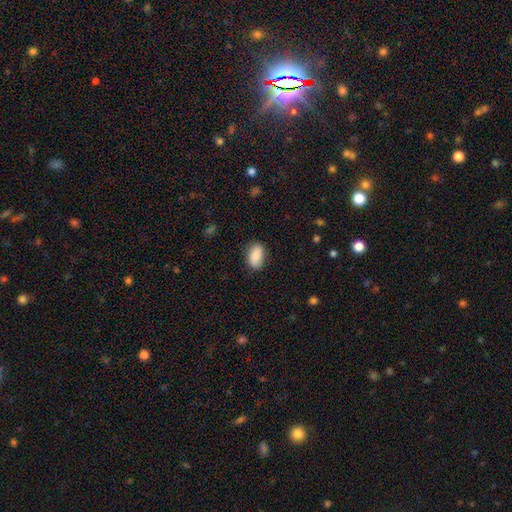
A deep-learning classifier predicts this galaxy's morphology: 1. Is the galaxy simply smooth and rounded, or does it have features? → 86% smooth, 7% featured or disk, 7% star or artifact.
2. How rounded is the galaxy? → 92% in between, 5% round, 3% cigar-shaped.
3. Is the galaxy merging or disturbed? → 85% none, 11% minor disturbance, 3% major disturbance, 1% merger.